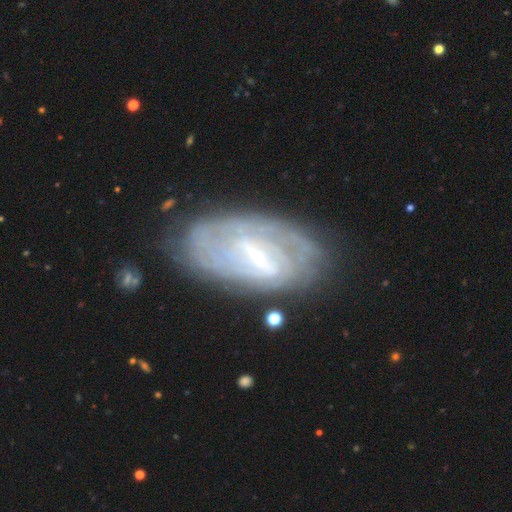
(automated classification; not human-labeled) This appears to be a featured or disk galaxy (78%) with a strong bar (44%), tight (65%) spiral arms (80%) and a small central bulge (63%). Merging: none (71%).